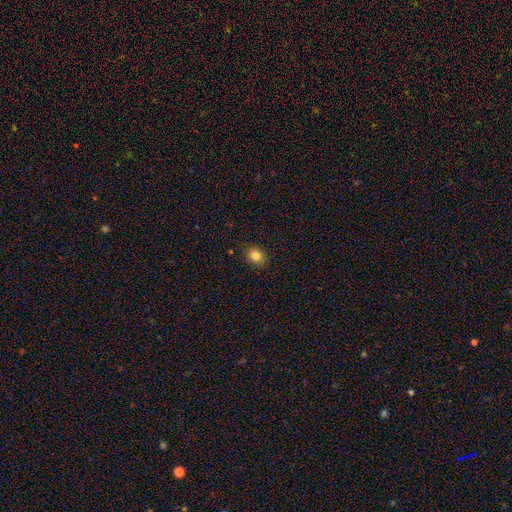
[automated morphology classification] Overall: smooth (83%). How rounded: round (58%; in between 42%). Merging: none (89%).